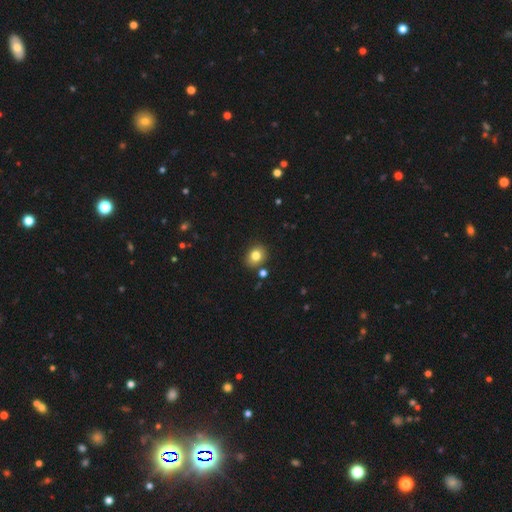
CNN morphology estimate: smooth_or_featured: smooth (p=0.81) [alt: star or artifact p=0.11]
how_rounded: round (p=0.61) [alt: in between p=0.39]
merging: none (p=0.82) [alt: minor disturbance p=0.10]